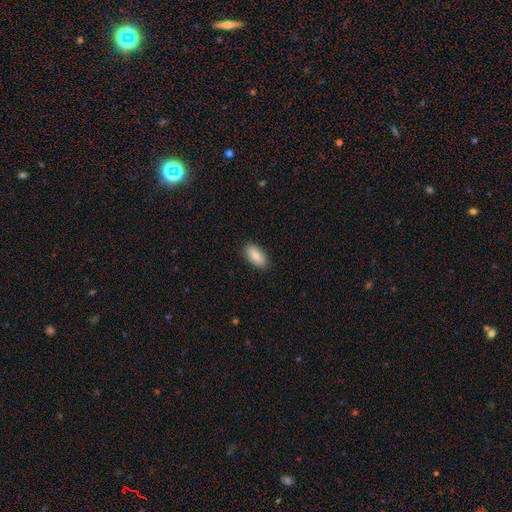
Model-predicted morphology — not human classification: A smooth galaxy with no disk features (84%) that is in between round and cigar-shaped (90%). Merging: none (88%).